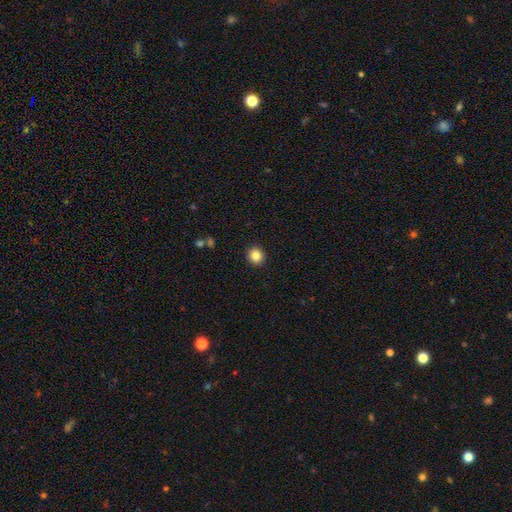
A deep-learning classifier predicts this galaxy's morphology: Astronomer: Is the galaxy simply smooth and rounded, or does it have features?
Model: smooth — 85%.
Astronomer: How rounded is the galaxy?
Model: round — 86%.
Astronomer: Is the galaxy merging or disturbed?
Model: none — 92%.